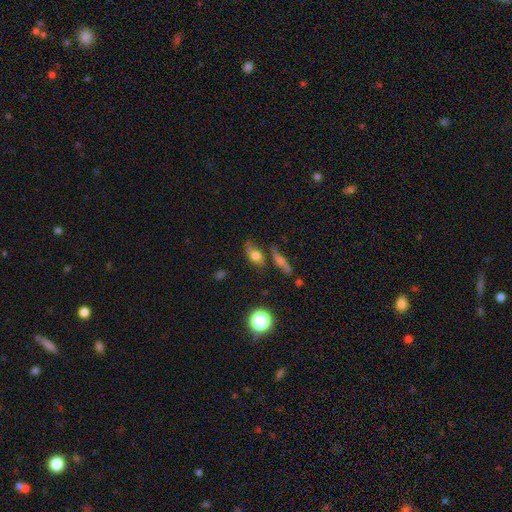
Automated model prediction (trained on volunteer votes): A smooth galaxy with no disk features (65%) that is in between round and cigar-shaped (72%). Merging: none (56%).